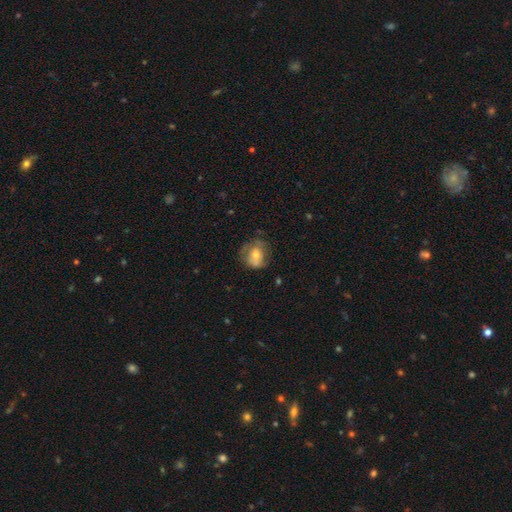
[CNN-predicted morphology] Overall: smooth (54%; featured or disk 37%). How rounded: round (64%; in between 35%). Merging: none (51%; minor disturbance 27%).